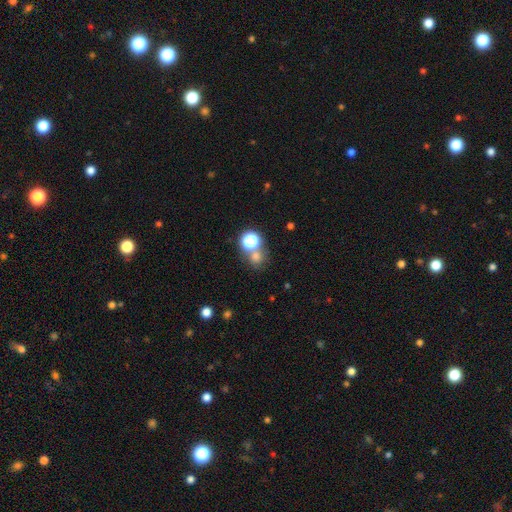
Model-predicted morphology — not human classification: type=smooth (66%); roundness=round (85%); merging=none (59%).